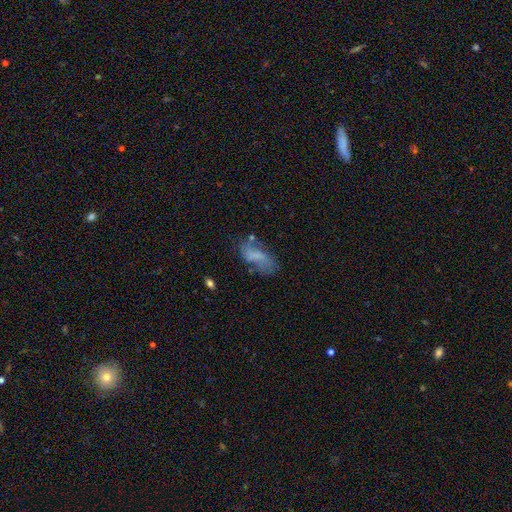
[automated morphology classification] smooth_or_featured: smooth (p=0.53) [alt: featured or disk p=0.36]
how_rounded: in between (p=0.84) [alt: cigar-shaped p=0.13]
merging: none (p=0.46) [alt: minor disturbance p=0.27]